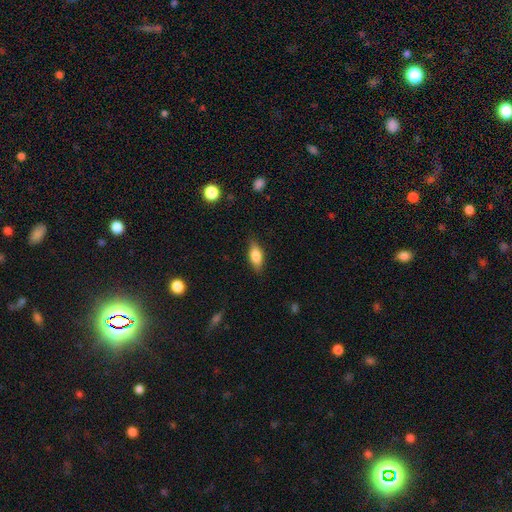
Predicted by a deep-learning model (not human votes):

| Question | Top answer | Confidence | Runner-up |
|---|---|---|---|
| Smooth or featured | smooth | 73% | featured or disk (19%) |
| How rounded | in between | 76% | cigar-shaped (20%) |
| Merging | none | 81% | minor disturbance (14%) |